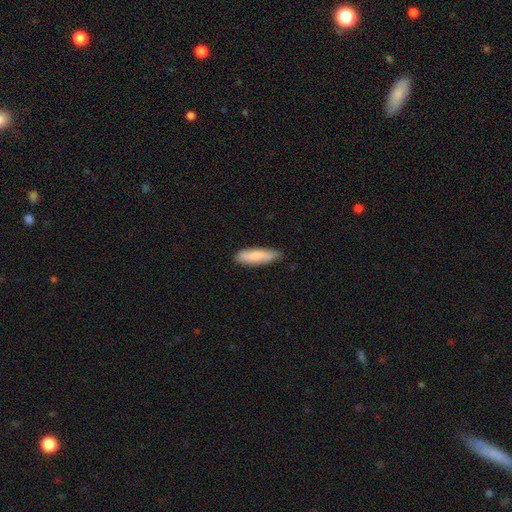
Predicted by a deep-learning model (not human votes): This appears to be a smooth galaxy with no disk features (77%) that is cigar-shaped (57%). Merging: none (80%).